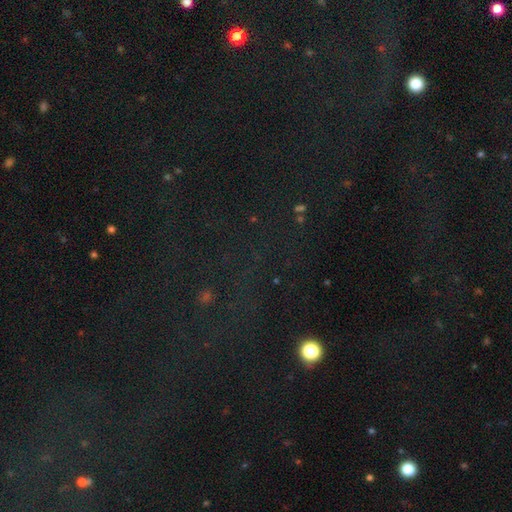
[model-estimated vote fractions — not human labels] Smooth or featured?
  - star or artifact: 76% *
  - smooth: 15%
  - featured or disk: 9%